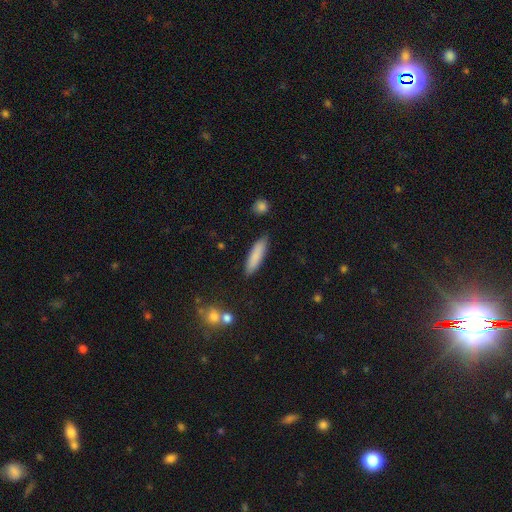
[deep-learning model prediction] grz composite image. It shows a smooth galaxy with no disk features (85%) that is cigar-shaped (73%). Merging: none (87%).